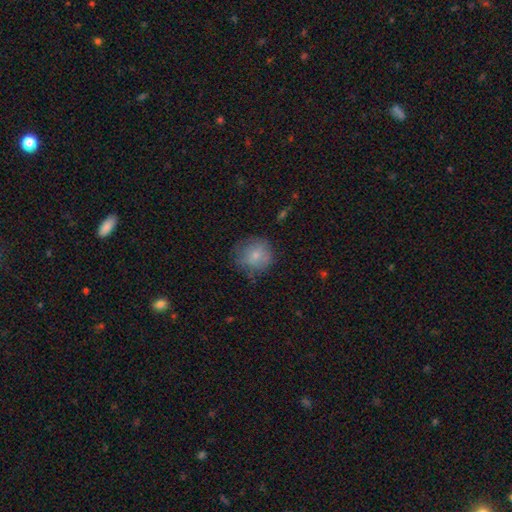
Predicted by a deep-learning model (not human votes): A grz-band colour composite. It shows a smooth galaxy with no disk features (75%) that is round (88%). Merging: none (67%).